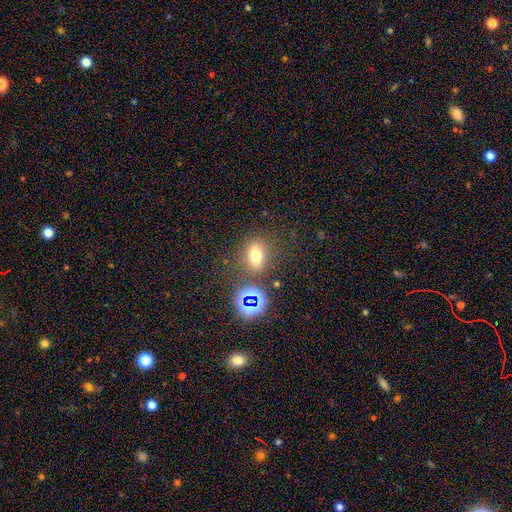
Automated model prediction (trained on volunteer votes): Overall: smooth (66%). How rounded: in between (61%; round 36%). Merging: none (76%).